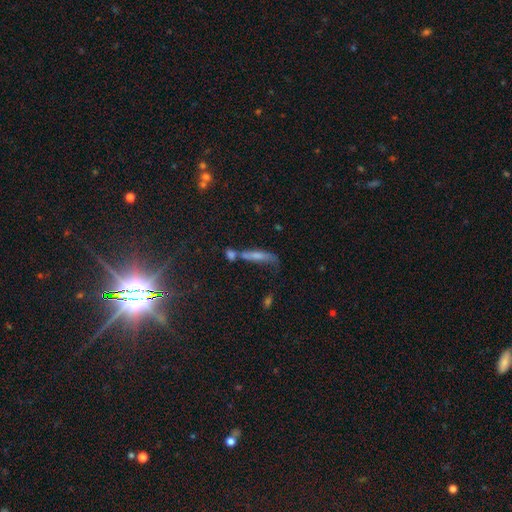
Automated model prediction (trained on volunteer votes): Q: Smooth or featured?
A: smooth (54%); runner-up: featured or disk (33%)
Q: How rounded?
A: cigar-shaped (80%); runner-up: in between (17%)
Q: Merging?
A: none (37%); runner-up: merger (32%)